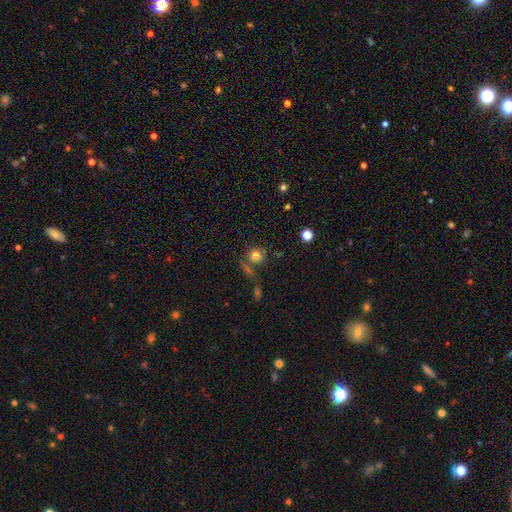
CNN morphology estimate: Overall: smooth (76%). How rounded: round (86%). Merging: none (64%).